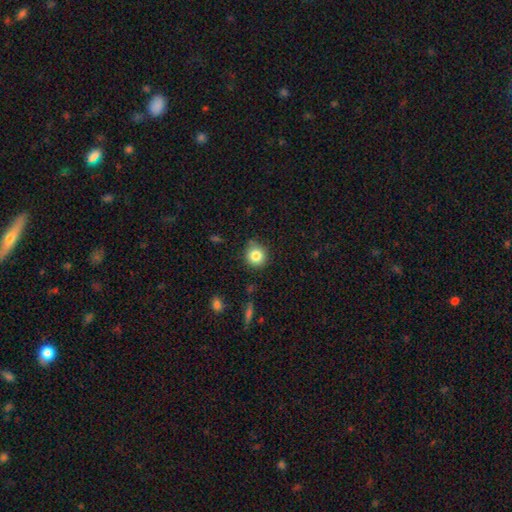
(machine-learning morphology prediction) smooth 83%, star or artifact 10%, featured or disk 7%. Down the decision tree: how rounded — round (90%); merging — none (83%).